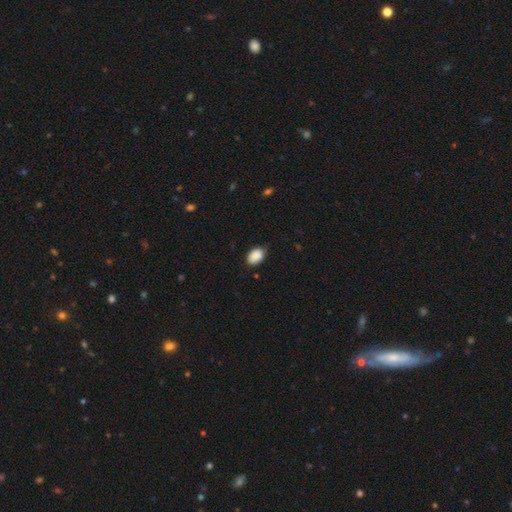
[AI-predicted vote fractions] smooth_or_featured: smooth (p=0.90) [alt: star or artifact p=0.07]
how_rounded: in between (p=0.87) [alt: round p=0.12]
merging: none (p=0.81) [alt: minor disturbance p=0.16]